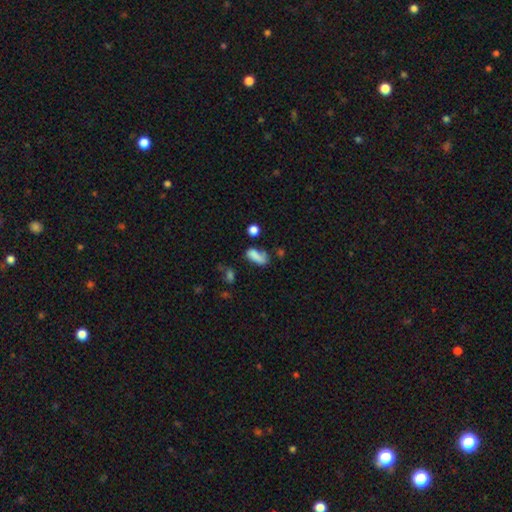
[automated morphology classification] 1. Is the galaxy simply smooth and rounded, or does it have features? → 74% smooth, 14% featured or disk, 12% star or artifact.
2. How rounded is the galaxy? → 80% in between, 12% cigar-shaped, 8% round.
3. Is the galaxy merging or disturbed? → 42% none, 25% minor disturbance, 19% major disturbance, 13% merger.